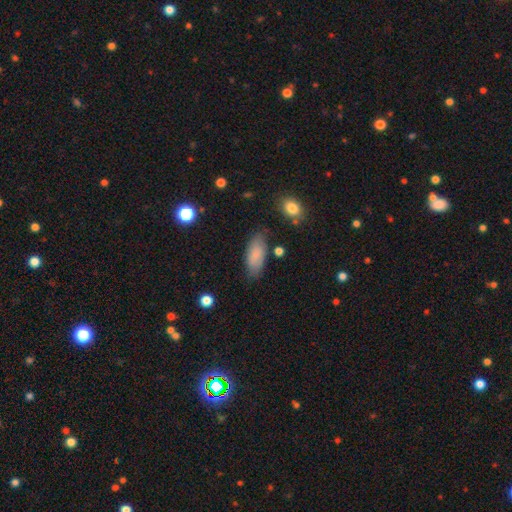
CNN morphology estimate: Smooth or featured?
  - smooth: 81% *
  - featured or disk: 12%
  - star or artifact: 7%
How rounded?
  - in between: 84% *
  - cigar-shaped: 14%
  - round: 2%
Merging?
  - none: 76% *
  - minor disturbance: 17%
  - major disturbance: 4%
  - merger: 3%